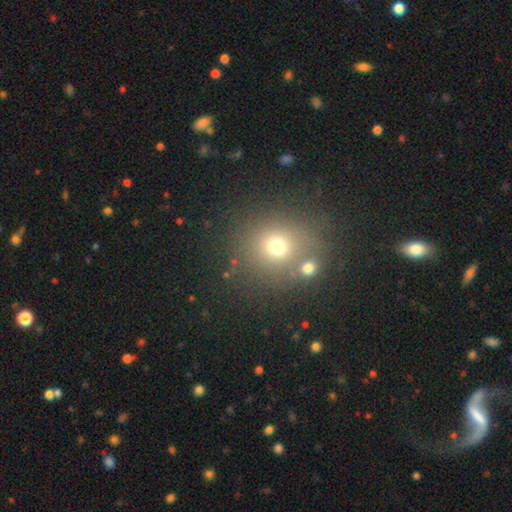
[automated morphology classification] A smooth galaxy with no disk features (55%) that is round (87%).

Vote fractions:
- Smooth or featured? smooth: 55% / star or artifact: 33% / featured or disk: 12%
- How rounded? round: 87% / in between: 12% / cigar-shaped: 1%
- Merging? none: 78% / merger: 10% / minor disturbance: 9% / major disturbance: 4%